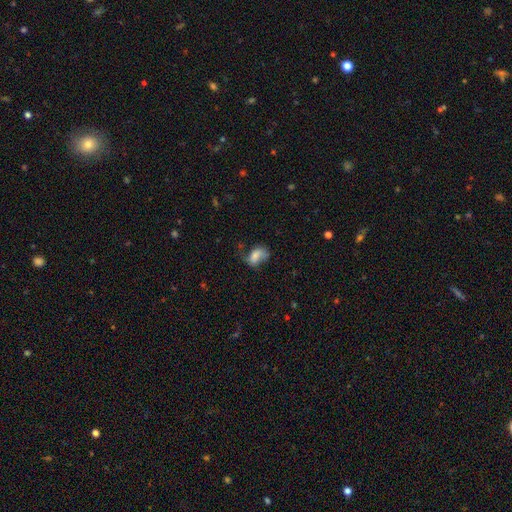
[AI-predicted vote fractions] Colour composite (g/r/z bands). It shows a smooth galaxy with no disk features (60%) that is in between round and cigar-shaped (84%). Merging: none (42%).